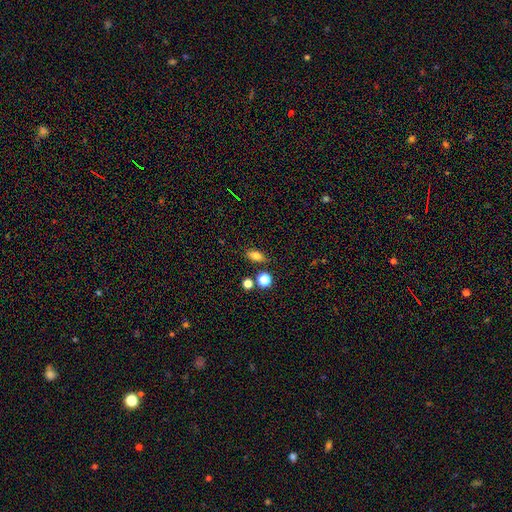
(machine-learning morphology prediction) Q: Smooth or featured?
A: smooth (79%); runner-up: star or artifact (12%)
Q: How rounded?
A: in between (79%); runner-up: round (14%)
Q: Merging?
A: none (80%); runner-up: minor disturbance (11%)